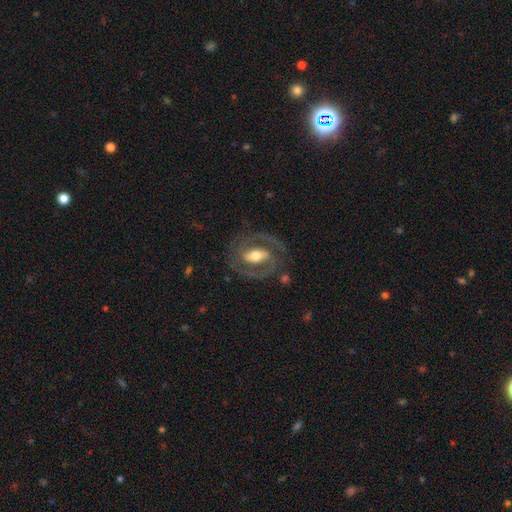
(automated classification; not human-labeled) A featured or disk galaxy (80%) with a strong bar (44%), 2 (85%) medium (45%) spiral arms (81%) and a moderate central bulge (67%).

Vote fractions:
- Smooth or featured? featured or disk: 80% / smooth: 15% / star or artifact: 5%
- Edge-on disk? no: 95% / yes: 5%
- Bar? strong: 44% / weak: 34% / no: 23%
- Spiral arms? yes: 81% / no: 19%
- Spiral winding? medium: 45% / tight: 42% / loose: 12%
- Spiral arm count? 2: 85% / can't tell: 7% / 1: 4% / 3: 2% / 4: 1% / more than 4: 1%
- Bulge size? moderate: 67% / large: 17% / small: 14% / dominant: 1% / none: 1%
- Merging? none: 76% / minor disturbance: 13% / major disturbance: 9% / merger: 2%